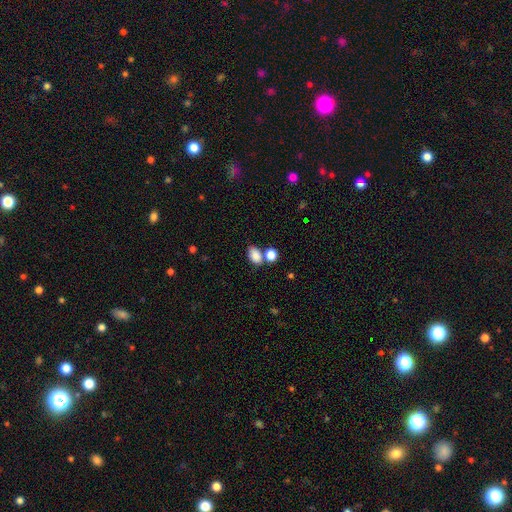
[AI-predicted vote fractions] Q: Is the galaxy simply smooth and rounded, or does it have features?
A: smooth — 84%.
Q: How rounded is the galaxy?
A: in between — 84%.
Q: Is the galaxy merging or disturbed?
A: none — 56%.